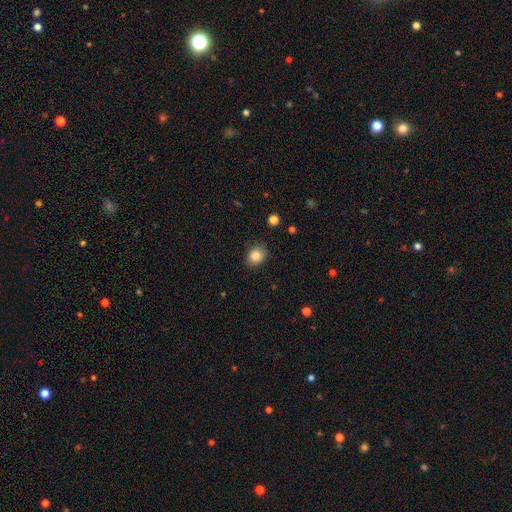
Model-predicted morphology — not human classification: Smooth or featured?
  - smooth: 85% *
  - star or artifact: 10%
  - featured or disk: 5%
How rounded?
  - round: 58% *
  - in between: 41%
  - cigar-shaped: 1%
Merging?
  - none: 85% *
  - minor disturbance: 11%
  - major disturbance: 3%
  - merger: 1%